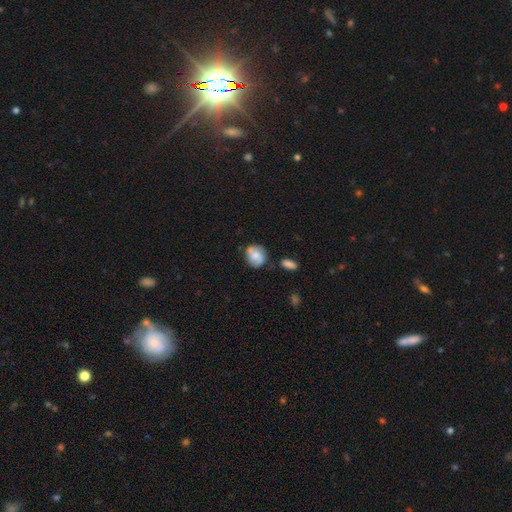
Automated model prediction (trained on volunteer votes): The model was most divided on "smooth or featured": smooth: 60%, featured or disk: 32%, star or artifact: 8%. More confident: how rounded — round (69%); merging — none (64%).